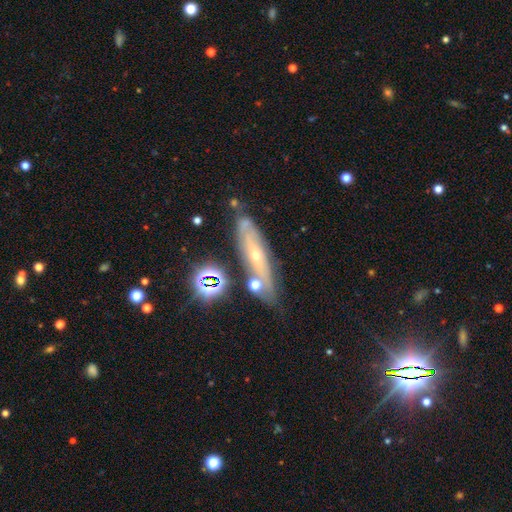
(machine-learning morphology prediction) Q: Smooth or featured?
A: featured or disk (61%); runner-up: smooth (24%)
Q: Edge-on disk?
A: no (60%); runner-up: yes (40%)
Q: Merging?
A: none (68%); runner-up: minor disturbance (18%)